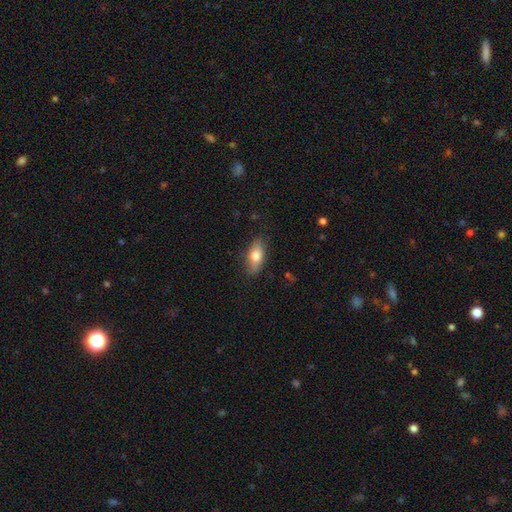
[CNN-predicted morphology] This is likely a smooth galaxy (75%). How rounded: clearly in between (83%). Merging: clearly none (83%).